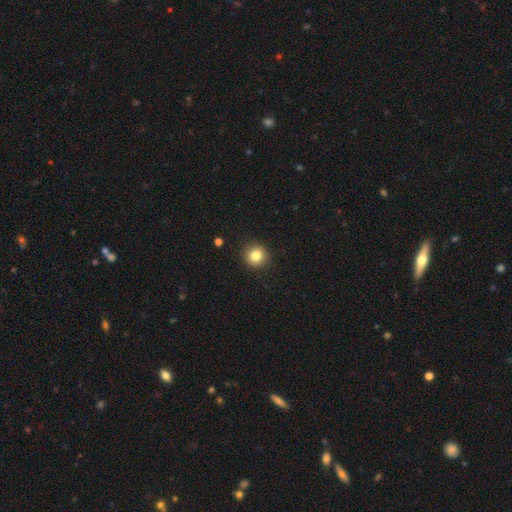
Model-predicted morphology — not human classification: Q: Smooth or featured?
A: smooth (83%); runner-up: star or artifact (11%)
Q: How rounded?
A: round (93%); runner-up: in between (6%)
Q: Merging?
A: none (92%); runner-up: minor disturbance (5%)